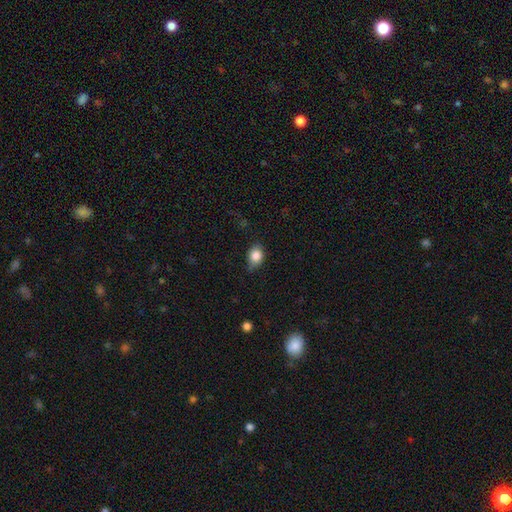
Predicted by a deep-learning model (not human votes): smooth 83%, star or artifact 9%, featured or disk 8%. Down the decision tree: how rounded — in between (61%); merging — none (67%).